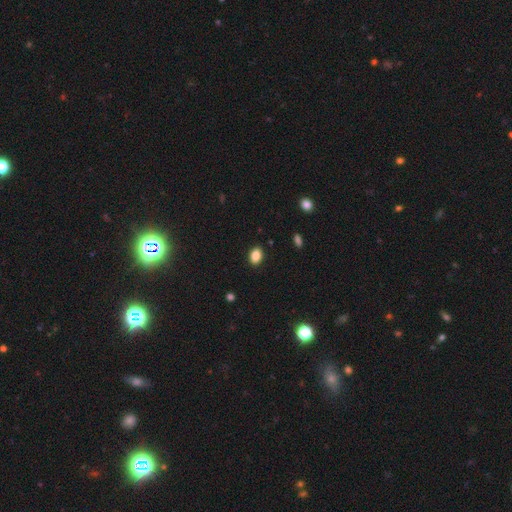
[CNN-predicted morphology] Smooth or featured?
  - smooth: 86% *
  - star or artifact: 9%
  - featured or disk: 5%
How rounded?
  - in between: 77% *
  - round: 21%
  - cigar-shaped: 1%
Merging?
  - none: 89% *
  - minor disturbance: 8%
  - major disturbance: 2%
  - merger: 1%